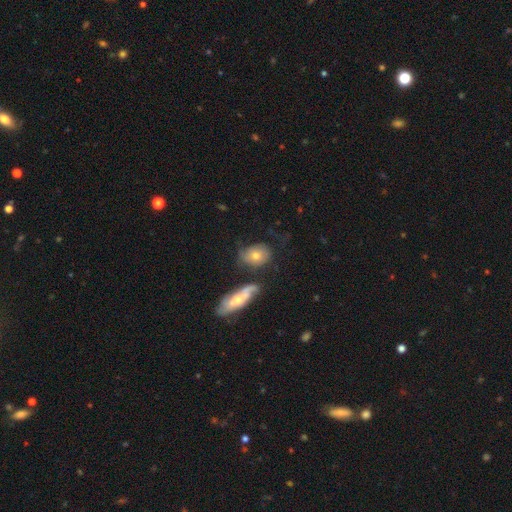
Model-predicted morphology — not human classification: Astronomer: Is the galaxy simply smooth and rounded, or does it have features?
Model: smooth — 59%.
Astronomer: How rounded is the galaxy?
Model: in between — 60% (runner-up: round, 36%).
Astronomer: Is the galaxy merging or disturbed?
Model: none — 44% (runner-up: minor disturbance, 25%).